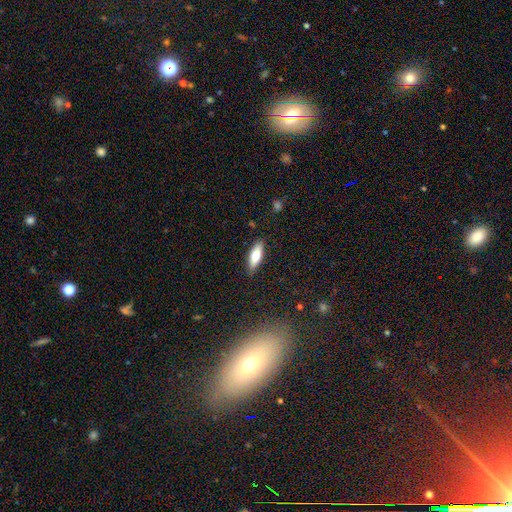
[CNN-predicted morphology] Smooth or featured: smooth — 72% (featured or disk — 22%)
How rounded: in between — 56% (cigar-shaped — 42%)
Merging: none — 87% (minor disturbance — 10%)